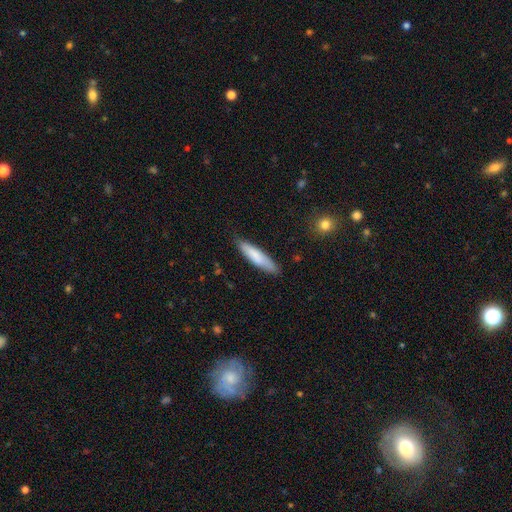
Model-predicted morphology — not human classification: smooth_or_featured: smooth (p=0.77) [alt: featured or disk p=0.17]
how_rounded: cigar-shaped (p=0.79) [alt: in between p=0.20]
merging: none (p=0.82) [alt: minor disturbance p=0.14]